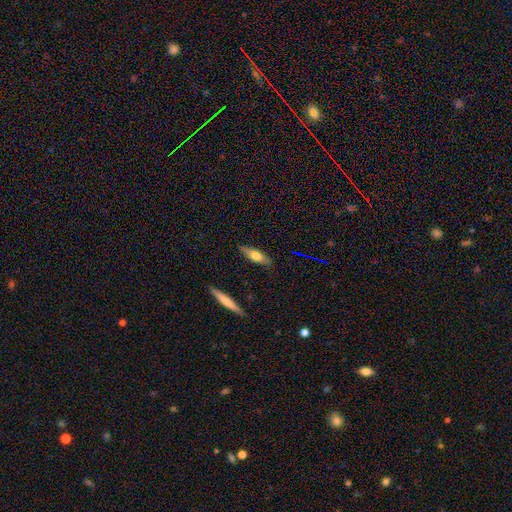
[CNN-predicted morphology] smooth_or_featured: smooth (p=0.59) [alt: featured or disk p=0.34]
how_rounded: cigar-shaped (p=0.57) [alt: in between p=0.41]
merging: none (p=0.86) [alt: minor disturbance p=0.10]